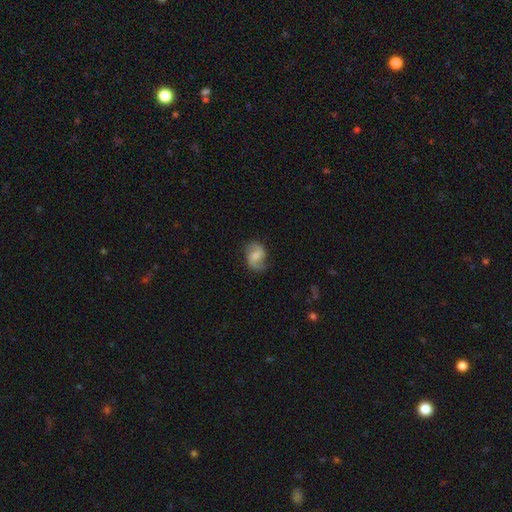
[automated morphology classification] Q: Smooth or featured?
A: featured or disk (70%); runner-up: smooth (22%)
Q: Edge-on disk?
A: no (98%); runner-up: yes (2%)
Q: Bar?
A: no (47%); runner-up: weak (45%)
Q: Spiral arms?
A: yes (95%); runner-up: no (5%)
Q: Spiral winding?
A: medium (45%); runner-up: loose (41%)
Q: Spiral arm count?
A: 2 (90%); runner-up: can't tell (4%)
Q: Bulge size?
A: moderate (45%); runner-up: small (30%)
Q: Merging?
A: none (78%); runner-up: minor disturbance (16%)